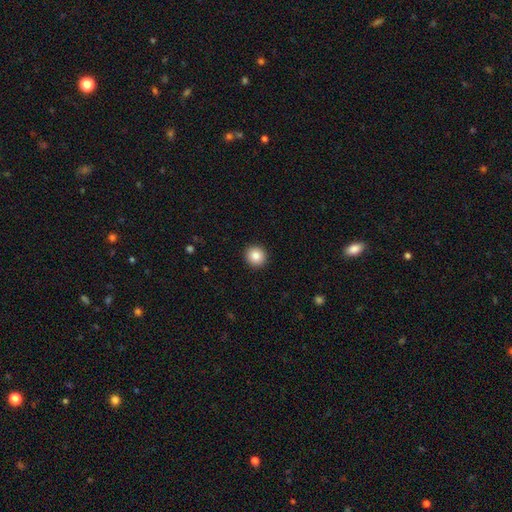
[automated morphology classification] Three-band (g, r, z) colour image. It shows a smooth galaxy with no disk features (85%) that is round (93%). Merging: none (93%).